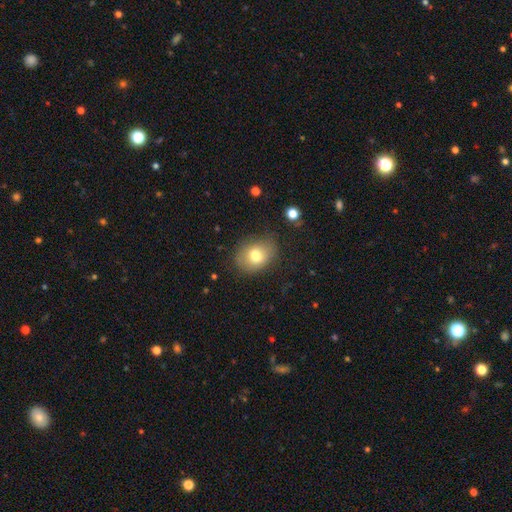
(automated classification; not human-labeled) smooth-or-featured: smooth: 77% | featured or disk: 14% | star or artifact: 9%
  how-rounded: in between: 61% | round: 38% | cigar-shaped: 1%
  merging: none: 69% | minor disturbance: 22% | major disturbance: 7% | merger: 2%